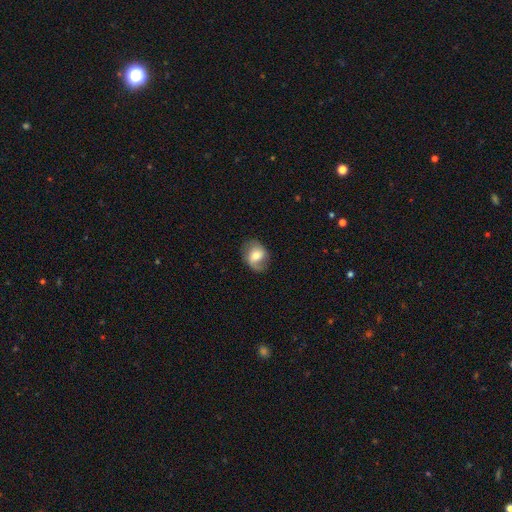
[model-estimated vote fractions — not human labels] This is possibly a featured or disk galaxy (49%). Merging: likely none (71%).